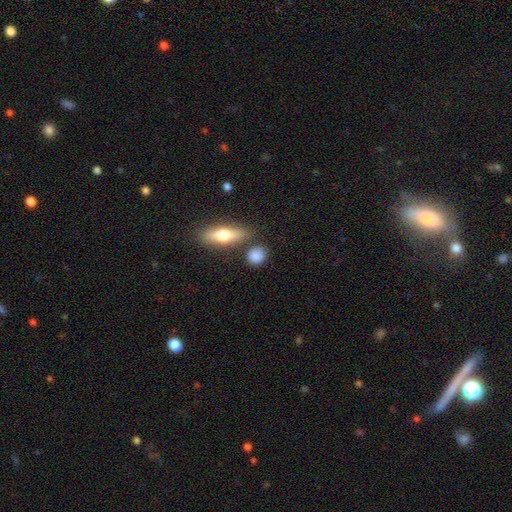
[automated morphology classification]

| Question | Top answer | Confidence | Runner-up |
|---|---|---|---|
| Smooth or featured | smooth | 83% | featured or disk (9%) |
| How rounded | round | 71% | in between (24%) |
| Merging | none | 76% | minor disturbance (12%) |